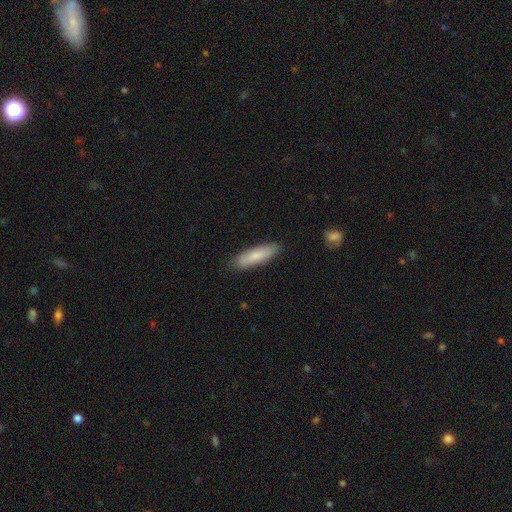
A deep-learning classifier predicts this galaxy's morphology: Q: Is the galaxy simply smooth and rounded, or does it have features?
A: smooth — 81%.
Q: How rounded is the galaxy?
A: cigar-shaped — 61%.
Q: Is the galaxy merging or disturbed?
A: none — 85%.